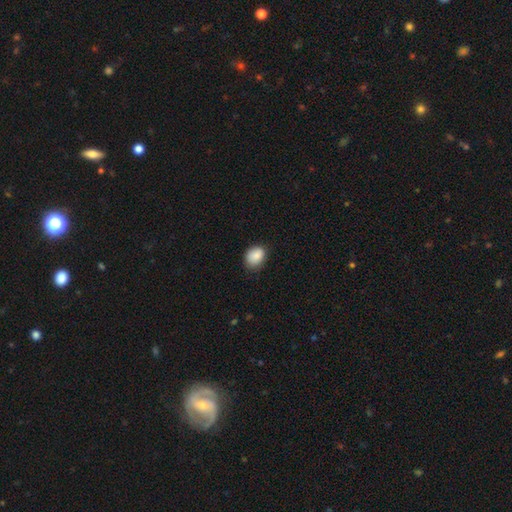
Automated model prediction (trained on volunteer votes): This appears to be a smooth galaxy with no disk features (88%) that is in between round and cigar-shaped (61%). Merging: none (72%).